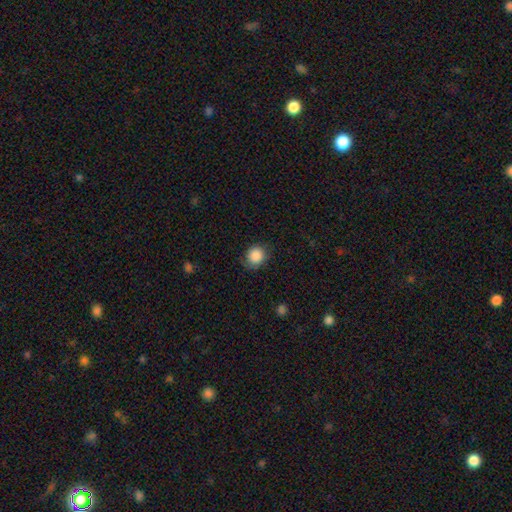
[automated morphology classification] type=smooth (87%); roundness=round (81%); merging=none (76%).